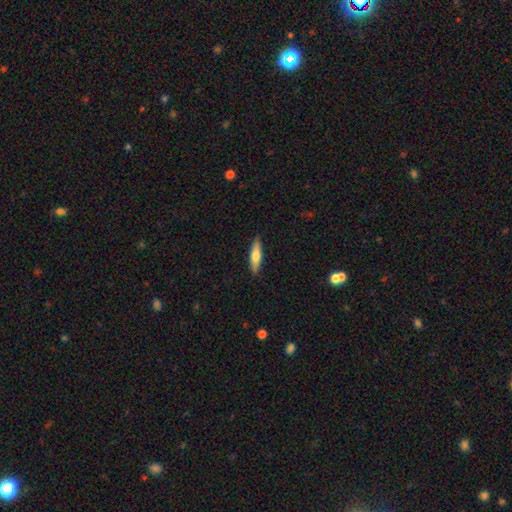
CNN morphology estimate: Smooth or featured?
  - smooth: 59% *
  - featured or disk: 36%
  - star or artifact: 6%
How rounded?
  - cigar-shaped: 72% *
  - in between: 26%
  - round: 2%
Merging?
  - none: 89% *
  - minor disturbance: 8%
  - major disturbance: 2%
  - merger: 1%